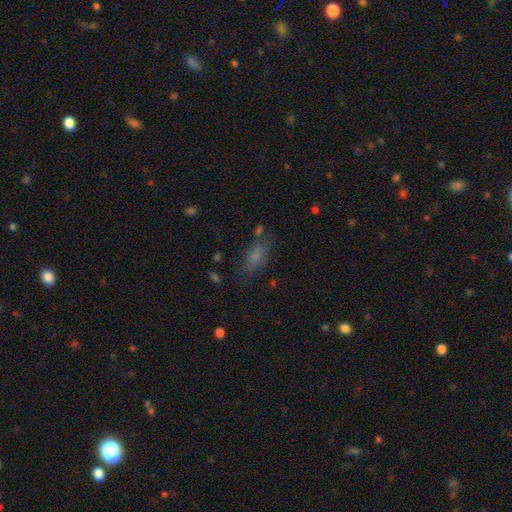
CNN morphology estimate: Smooth or featured?
  - smooth: 67% *
  - star or artifact: 17%
  - featured or disk: 17%
How rounded?
  - in between: 76% *
  - cigar-shaped: 18%
  - round: 6%
Merging?
  - none: 64% *
  - minor disturbance: 20%
  - major disturbance: 10%
  - merger: 6%